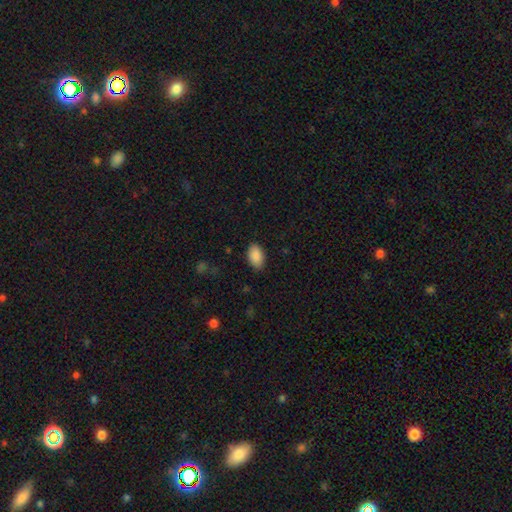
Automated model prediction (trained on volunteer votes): Smooth or featured? smooth (90%)
How rounded? in between (92%)
Merging? none (87%)